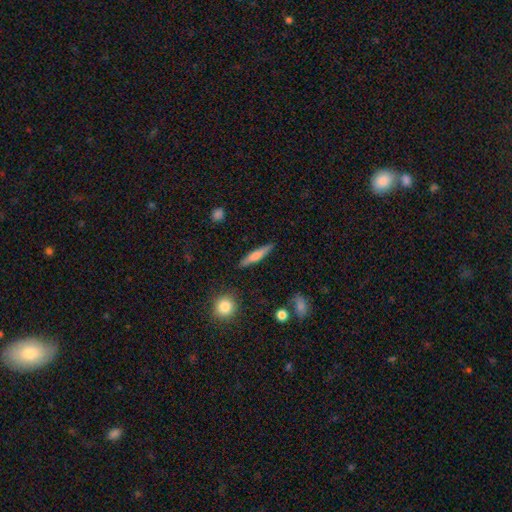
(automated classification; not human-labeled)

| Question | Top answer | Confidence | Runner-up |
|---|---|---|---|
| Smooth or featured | smooth | 58% | featured or disk (36%) |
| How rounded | cigar-shaped | 88% | in between (10%) |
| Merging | none | 88% | minor disturbance (8%) |